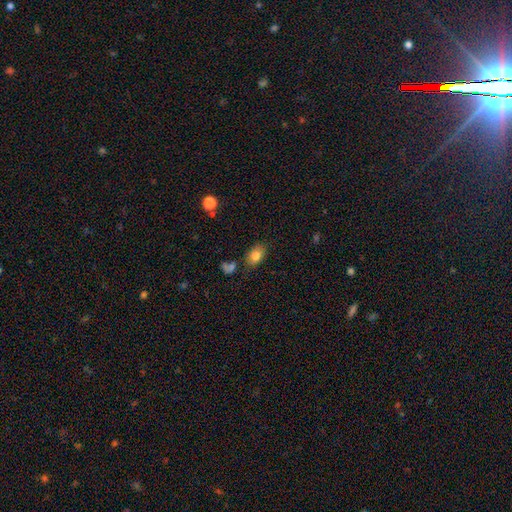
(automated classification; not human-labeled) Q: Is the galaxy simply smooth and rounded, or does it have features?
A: smooth — 80%.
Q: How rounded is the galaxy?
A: in between — 85%.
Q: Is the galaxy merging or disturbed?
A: none — 73%.